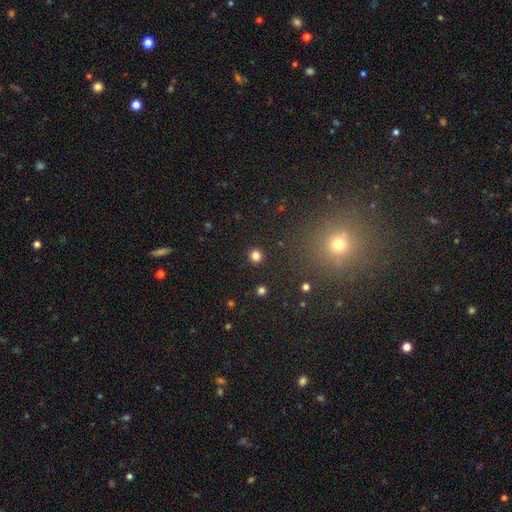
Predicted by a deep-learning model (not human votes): Morphology: type=smooth (81%); roundness=round (94%); merging=none (92%).